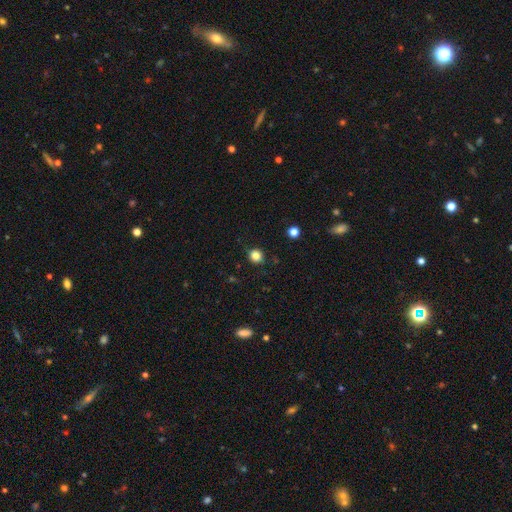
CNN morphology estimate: This is clearly a smooth galaxy (83%). How rounded: clearly round (86%). Merging: clearly none (87%).